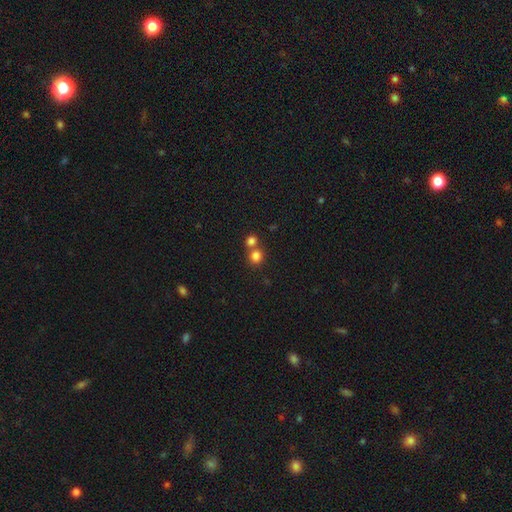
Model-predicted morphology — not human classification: The model was most divided on "merging": none: 53%, merger: 39%, minor disturbance: 6%, major disturbance: 2%. More confident: how rounded — round (84%); smooth or featured — smooth (81%).